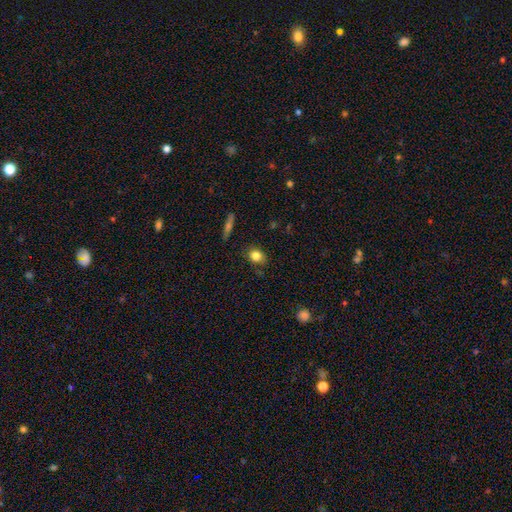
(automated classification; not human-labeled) Smooth or featured? smooth (81%)
How rounded? round (56%)
Merging? none (81%)